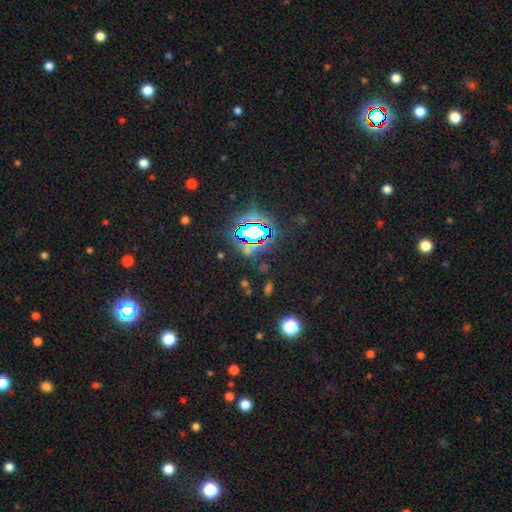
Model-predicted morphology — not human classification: A star or artifact, not a galaxy (82%).